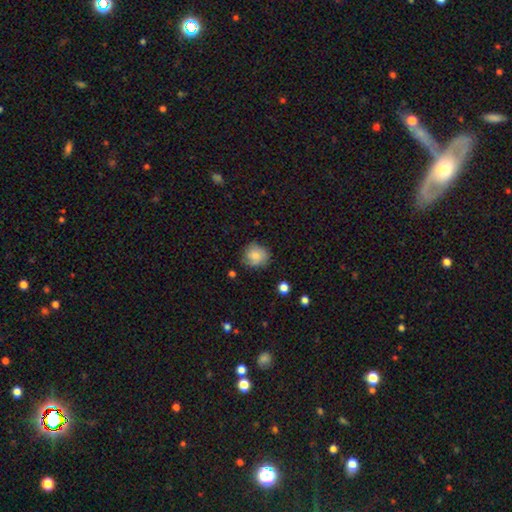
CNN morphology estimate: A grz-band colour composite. It shows a smooth galaxy with no disk features (78%) that is round (84%). Merging: none (75%).